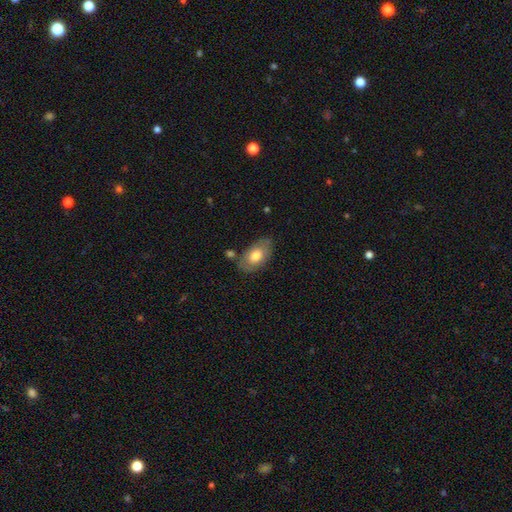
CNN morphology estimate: smooth_or_featured: smooth (p=0.68) [alt: featured or disk p=0.25]
how_rounded: in between (p=0.91) [alt: round p=0.07]
merging: none (p=0.67) [alt: minor disturbance p=0.21]